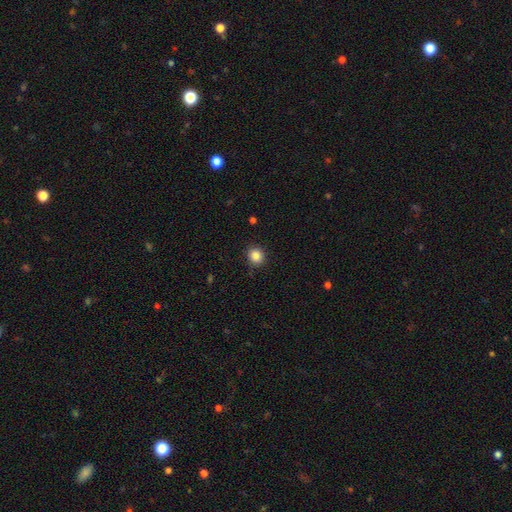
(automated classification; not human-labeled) This is clearly a smooth galaxy (86%). How rounded: clearly round (82%). Merging: clearly none (89%).